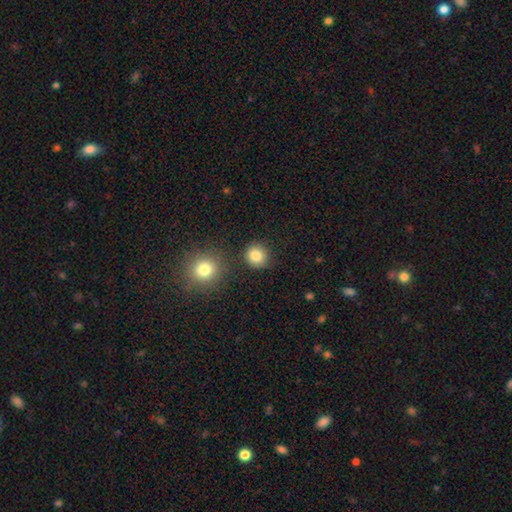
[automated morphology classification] smooth_or_featured: smooth (p=0.84) [alt: star or artifact p=0.11]
how_rounded: round (p=0.88) [alt: in between p=0.11]
merging: none (p=0.85) [alt: minor disturbance p=0.08]